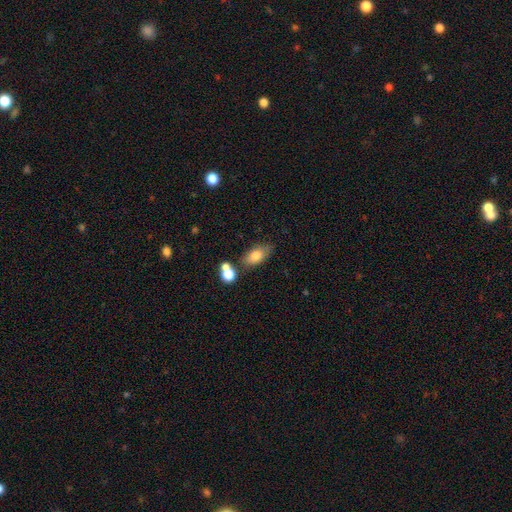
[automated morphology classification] The model was most divided on "merging": none: 67%, minor disturbance: 16%, merger: 13%, major disturbance: 4%. More confident: how rounded — in between (86%); smooth or featured — smooth (78%).